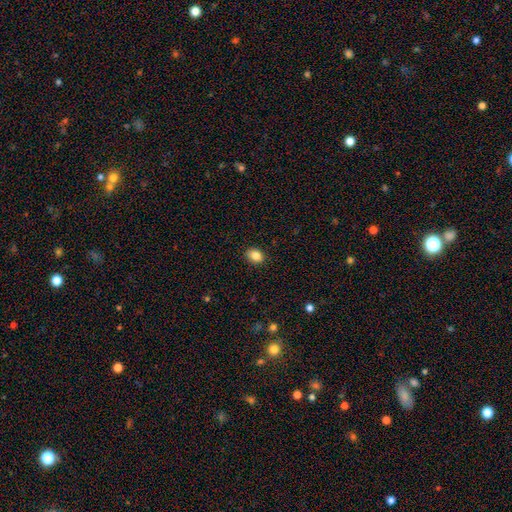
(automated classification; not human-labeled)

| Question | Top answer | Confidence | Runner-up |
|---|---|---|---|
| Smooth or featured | smooth | 86% | star or artifact (9%) |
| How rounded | in between | 70% | round (29%) |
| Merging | none | 89% | minor disturbance (8%) |